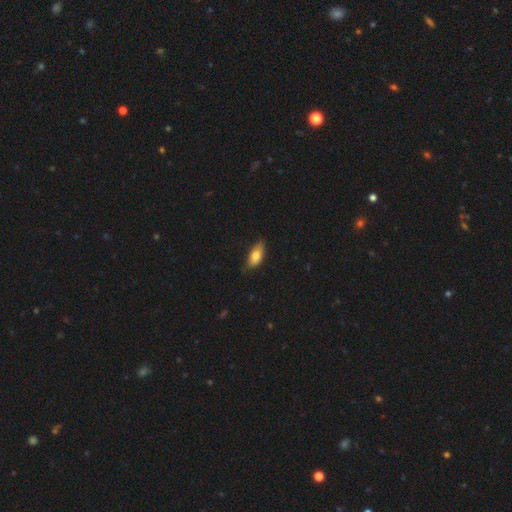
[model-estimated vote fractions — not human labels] Q: Smooth or featured?
A: smooth (78%); runner-up: featured or disk (16%)
Q: How rounded?
A: in between (85%); runner-up: cigar-shaped (12%)
Q: Merging?
A: none (69%); runner-up: minor disturbance (26%)